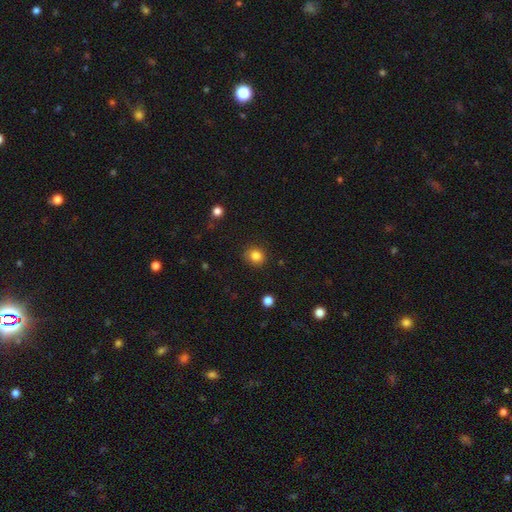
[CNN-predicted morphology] Smooth or featured: smooth — 84% (star or artifact — 11%)
How rounded: round — 80% (in between — 19%)
Merging: none — 86% (minor disturbance — 10%)